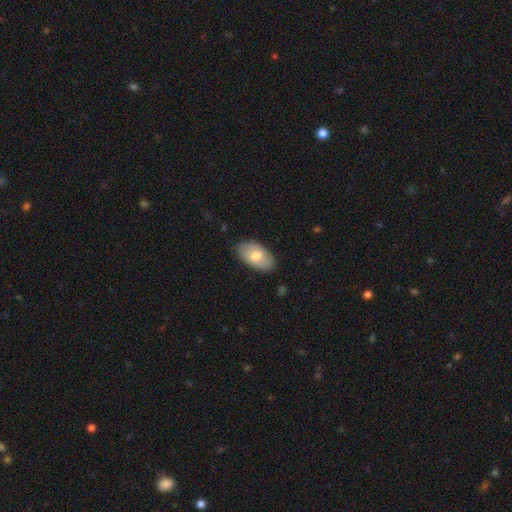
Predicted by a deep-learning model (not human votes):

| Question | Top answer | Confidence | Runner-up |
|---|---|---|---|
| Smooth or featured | smooth | 71% | featured or disk (23%) |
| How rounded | in between | 94% | round (4%) |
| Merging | none | 84% | minor disturbance (13%) |